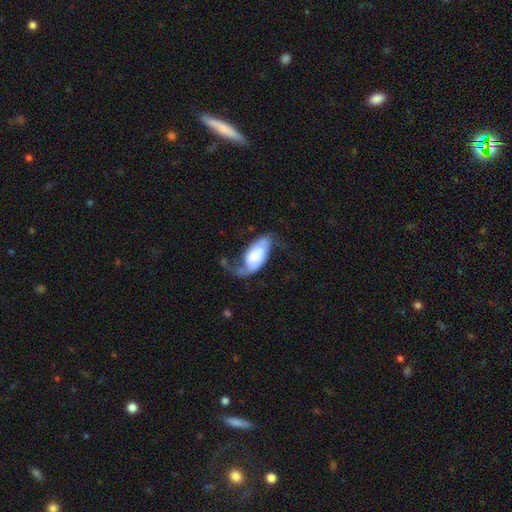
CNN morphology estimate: featured or disk 66%, smooth 28%, star or artifact 6%. Down the decision tree: edge-on disk — no (94%); bar — no (51%); spiral arms — yes (88%); spiral arm count — 2 (76%); spiral winding — loose (60%); bulge size — large (29%); merging — major disturbance (38%).